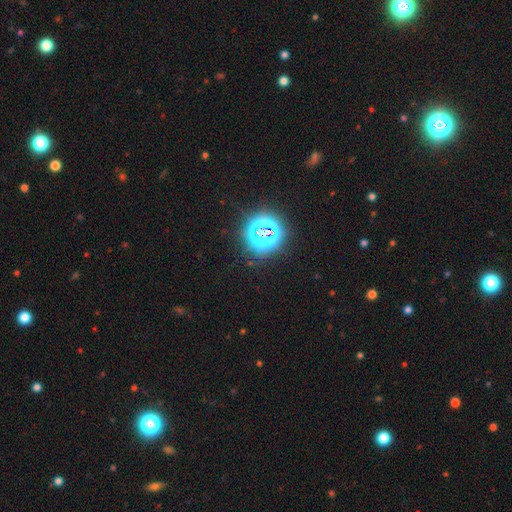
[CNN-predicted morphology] This appears to be a star or artifact, not a galaxy (81%).